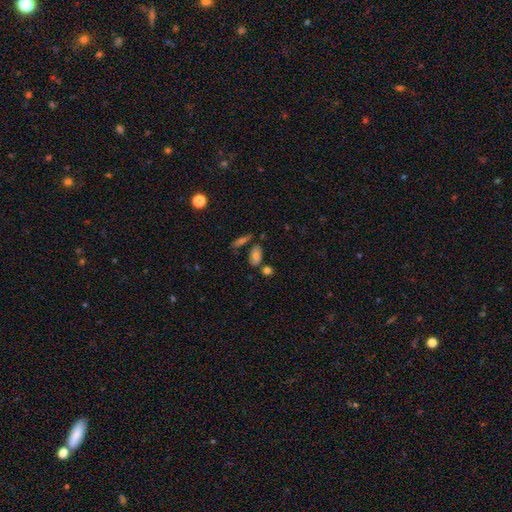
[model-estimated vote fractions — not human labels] This is likely a smooth galaxy (73%). How rounded: clearly in between (87%). Merging: likely none (62%).